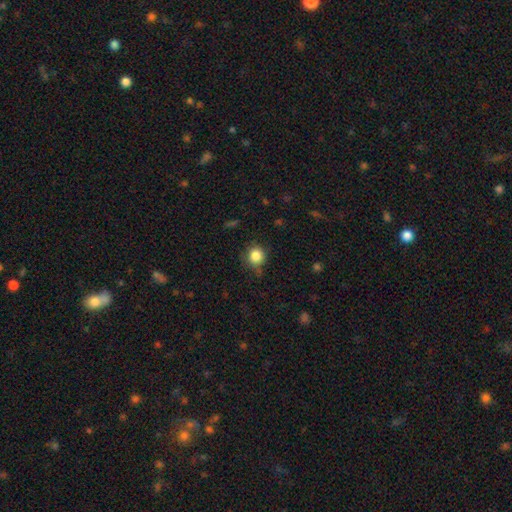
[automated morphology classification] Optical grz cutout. It shows a smooth galaxy with no disk features (84%) that is round (90%). Merging: none (77%).